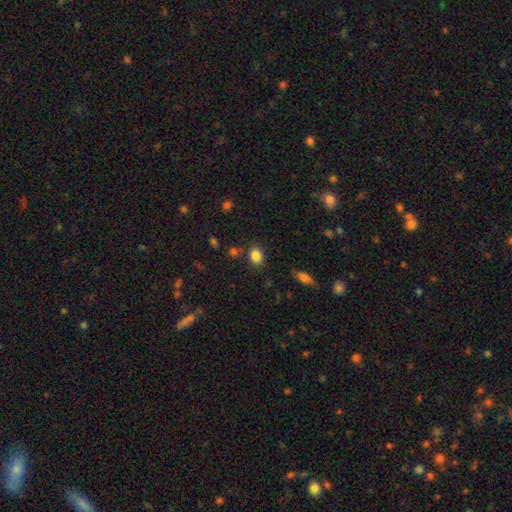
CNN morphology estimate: Smooth or featured?
  - smooth: 85% *
  - star or artifact: 10%
  - featured or disk: 5%
How rounded?
  - in between: 55% *
  - round: 44%
  - cigar-shaped: 1%
Merging?
  - none: 80% *
  - minor disturbance: 12%
  - merger: 5%
  - major disturbance: 4%